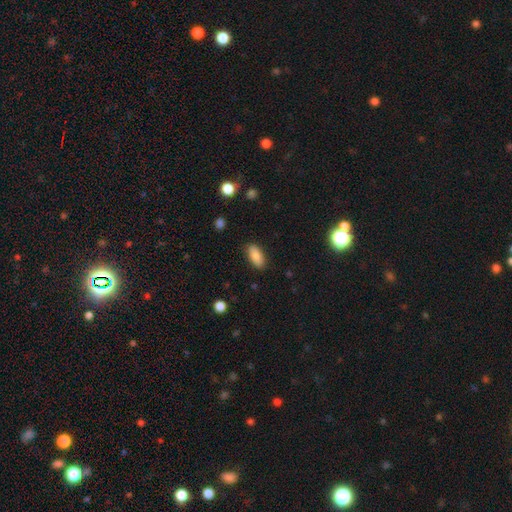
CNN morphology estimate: This appears to be a smooth galaxy with no disk features (86%) that is in between round and cigar-shaped (86%). Merging: none (86%).